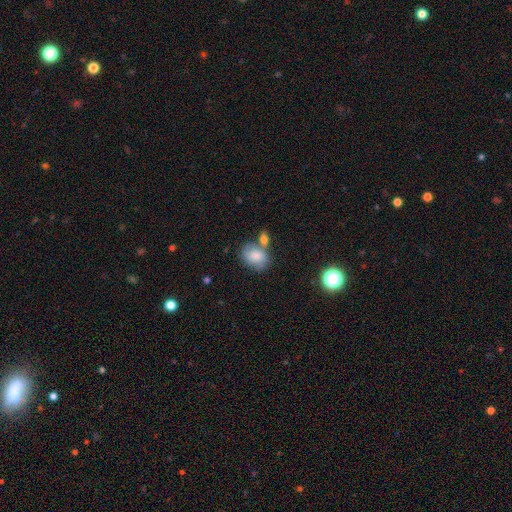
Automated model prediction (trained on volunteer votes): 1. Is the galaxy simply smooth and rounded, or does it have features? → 65% smooth, 26% featured or disk, 10% star or artifact.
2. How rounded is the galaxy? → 61% in between, 37% round, 1% cigar-shaped.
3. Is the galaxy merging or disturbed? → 44% none, 29% merger, 19% minor disturbance, 8% major disturbance.